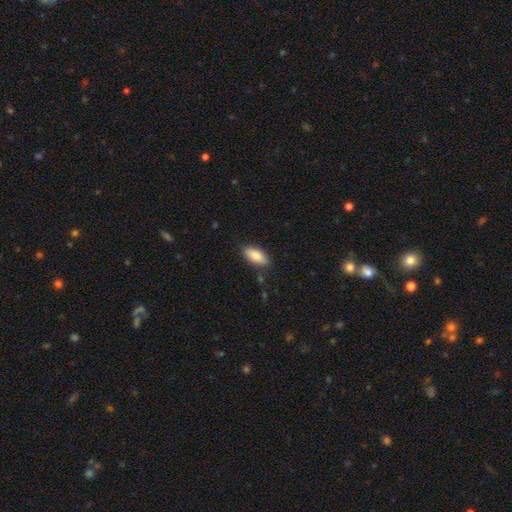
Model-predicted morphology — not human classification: Overall: smooth (87%). How rounded: in between (87%). Merging: none (82%).